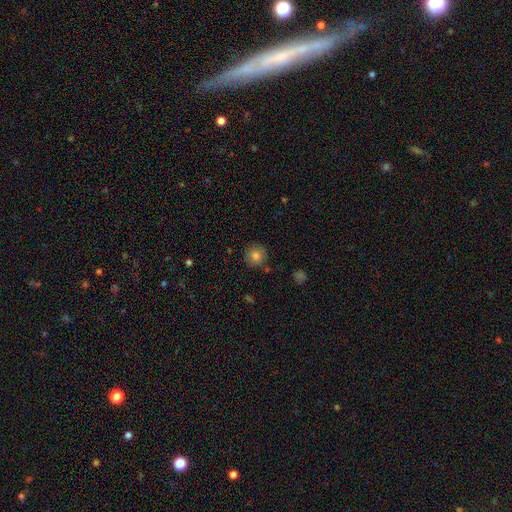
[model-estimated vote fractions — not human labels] Smooth or featured?
  - smooth: 82% *
  - star or artifact: 10%
  - featured or disk: 8%
How rounded?
  - round: 92% *
  - in between: 7%
  - cigar-shaped: 1%
Merging?
  - none: 85% *
  - minor disturbance: 10%
  - merger: 3%
  - major disturbance: 2%